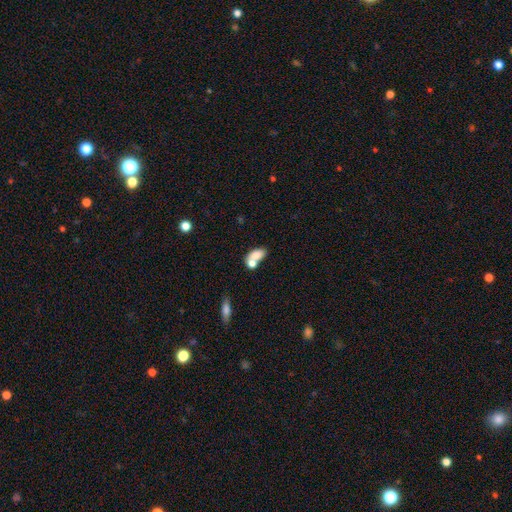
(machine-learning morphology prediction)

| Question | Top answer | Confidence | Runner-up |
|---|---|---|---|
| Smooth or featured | smooth | 75% | featured or disk (16%) |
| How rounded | in between | 85% | round (12%) |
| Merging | merger | 55% | none (29%) |